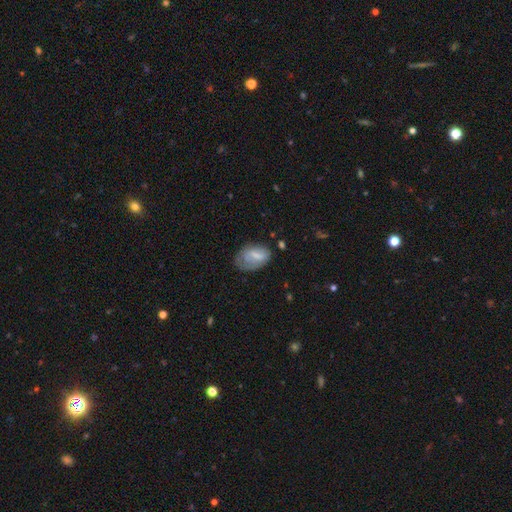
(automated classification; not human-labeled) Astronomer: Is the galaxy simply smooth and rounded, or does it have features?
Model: smooth — 62%.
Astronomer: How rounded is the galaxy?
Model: in between — 88%.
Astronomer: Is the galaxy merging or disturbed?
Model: none — 46% (runner-up: minor disturbance, 33%).